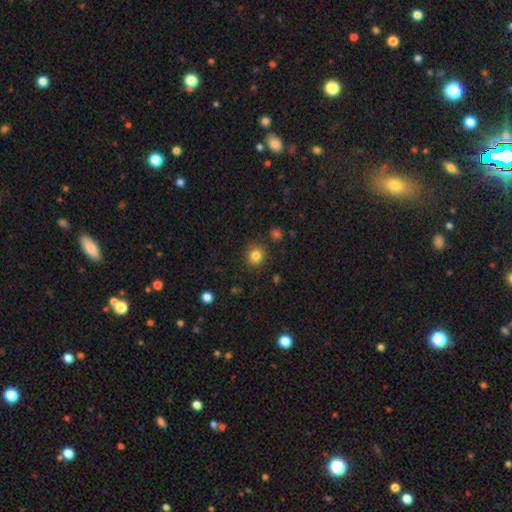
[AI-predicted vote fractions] This appears to be a smooth galaxy with no disk features (83%) that is round (81%). Merging: none (86%).